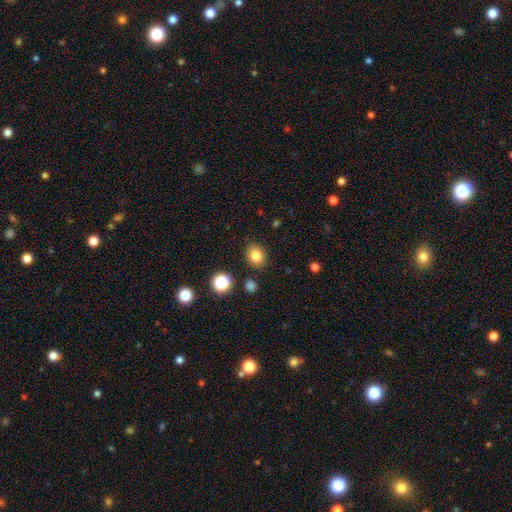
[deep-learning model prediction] Smooth or featured? smooth (81%)
How rounded? round (59%)
Merging? none (86%)